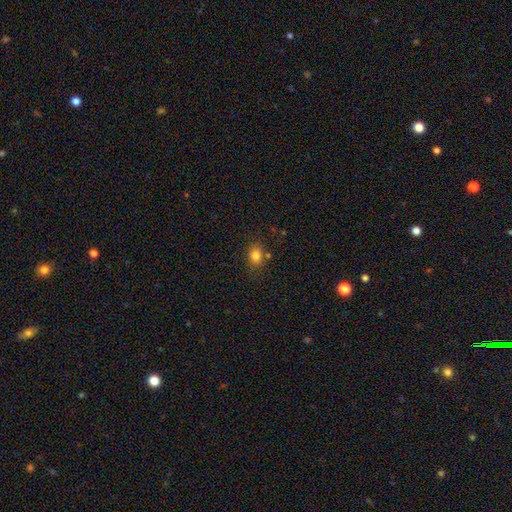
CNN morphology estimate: A smooth galaxy with no disk features (80%) that is in between round and cigar-shaped (53%). Merging: none (75%).